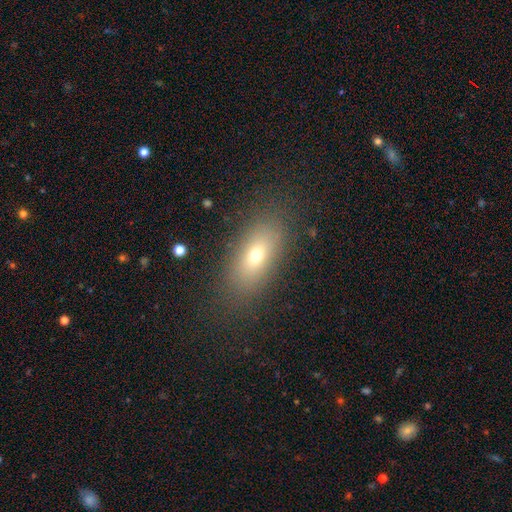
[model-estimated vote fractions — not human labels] This appears to be a smooth galaxy with no disk features (67%) that is in between round and cigar-shaped (78%). Merging: none (84%).